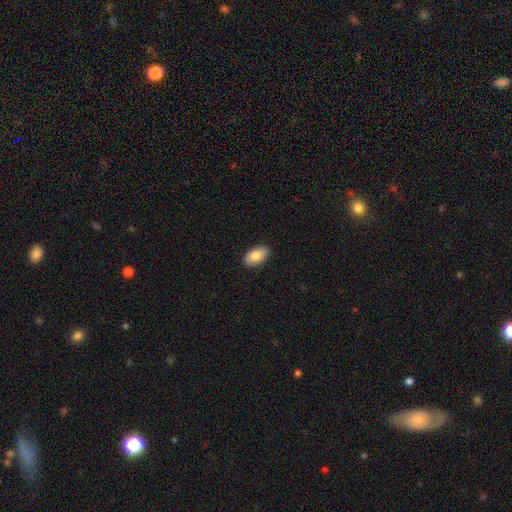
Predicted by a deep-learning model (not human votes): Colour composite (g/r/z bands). It shows a smooth galaxy with no disk features (81%) that is in between round and cigar-shaped (94%). Merging: none (87%).